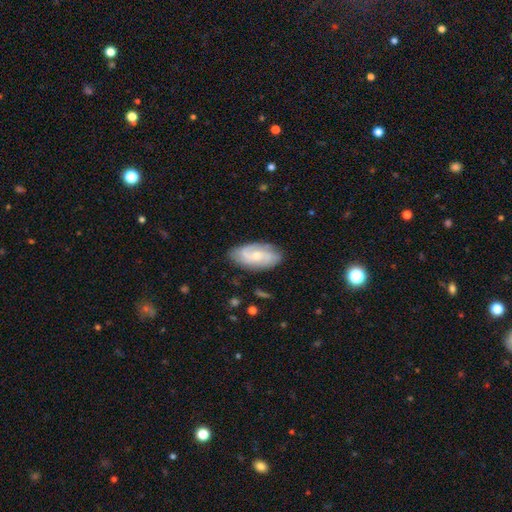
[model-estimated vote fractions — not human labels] Smooth or featured: featured or disk — 66% (smooth — 28%)
Edge-on disk: no — 94% (yes — 6%)
Bar: no — 58% (weak — 36%)
Spiral arms: yes — 90% (no — 10%)
Spiral winding: medium — 43% (tight — 38%)
Spiral arm count: 2 — 51% (can't tell — 25%)
Bulge size: small — 49% (moderate — 40%)
Merging: none — 76% (minor disturbance — 18%)